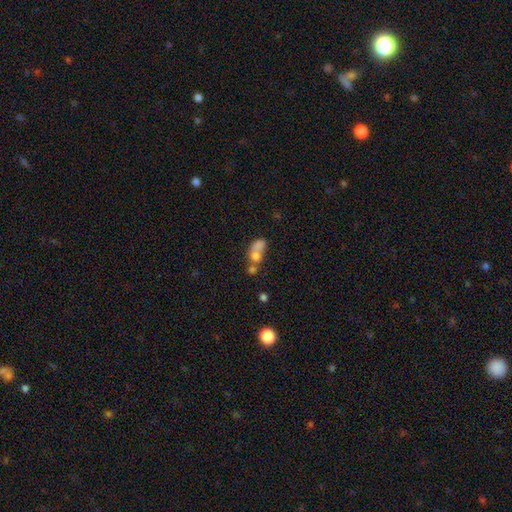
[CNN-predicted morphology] Q: Smooth or featured?
A: smooth (65%); runner-up: featured or disk (22%)
Q: How rounded?
A: in between (57%); runner-up: round (40%)
Q: Merging?
A: merger (64%); runner-up: none (20%)